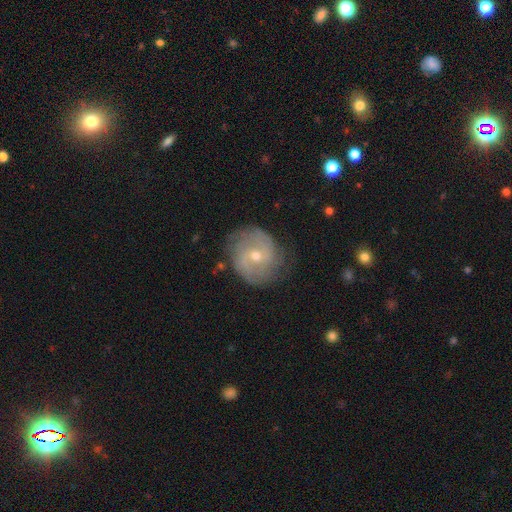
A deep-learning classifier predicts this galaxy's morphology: This is likely a featured or disk galaxy (74%). It is clearly not viewed edge-on (97%). Bar: possibly no (52%). Spiral arm pattern: clearly yes (89%). Spiral arm count: possibly 2 (52%). Spiral winding: possibly tight (46%). Central bulge: possibly moderate (51%). Merging: likely none (75%).